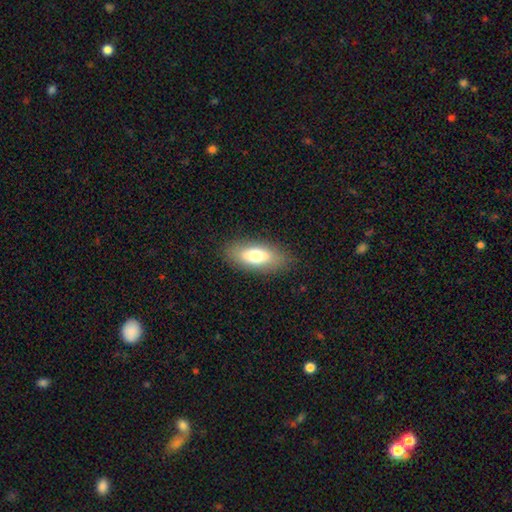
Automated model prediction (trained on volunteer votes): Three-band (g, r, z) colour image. It shows a smooth galaxy with no disk features (69%) that is in between round and cigar-shaped (83%). Merging: none (83%).